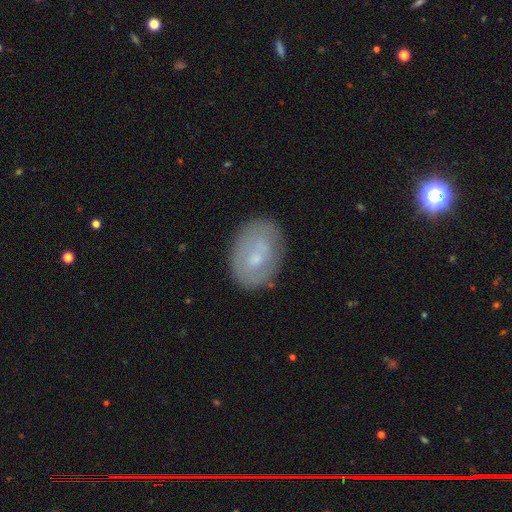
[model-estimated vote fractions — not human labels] Smooth or featured?
  - smooth: 51% *
  - featured or disk: 42%
  - star or artifact: 7%
How rounded?
  - in between: 79% *
  - round: 20%
  - cigar-shaped: 1%
Merging?
  - none: 76% *
  - minor disturbance: 17%
  - major disturbance: 5%
  - merger: 1%